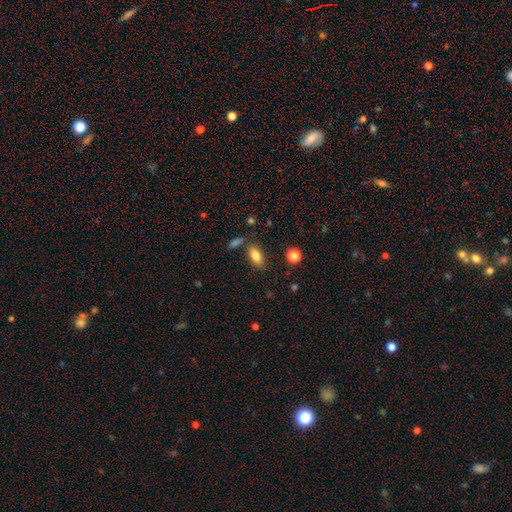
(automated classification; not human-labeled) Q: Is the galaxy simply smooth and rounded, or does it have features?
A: smooth — 81%.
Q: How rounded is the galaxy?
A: in between — 87%.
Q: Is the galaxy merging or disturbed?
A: none — 77%.